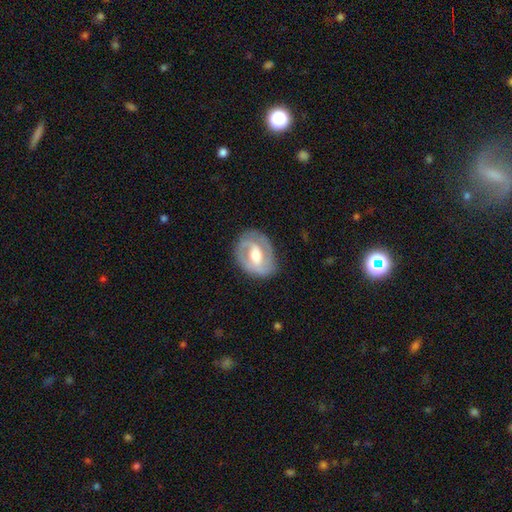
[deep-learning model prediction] This appears to be a featured or disk galaxy (75%) with a weak bar (45%), 2 (74%) tight (48%) spiral arms (77%) and a moderate central bulge (69%). Merging: none (79%).